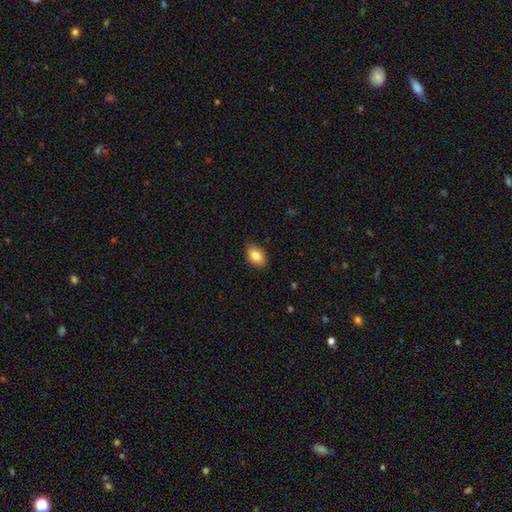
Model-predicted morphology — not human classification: The model was most divided on "how rounded": in between: 86%, round: 13%, cigar-shaped: 1%. More confident: merging — none (87%); smooth or featured — smooth (84%).